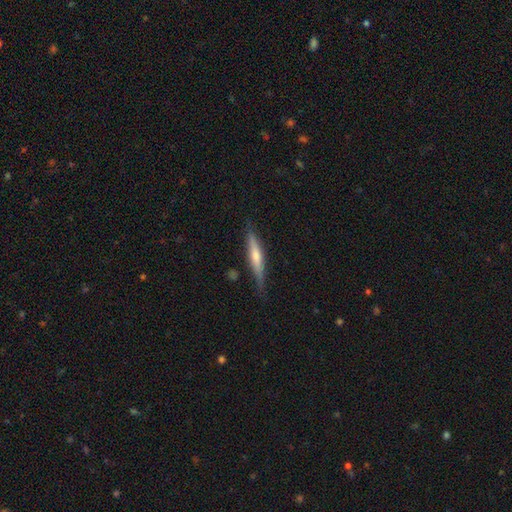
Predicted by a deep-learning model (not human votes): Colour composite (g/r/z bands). It shows a featured or disk galaxy (56%) viewed edge-on (95%) with a rounded central bulge (74%). Merging: none (81%).